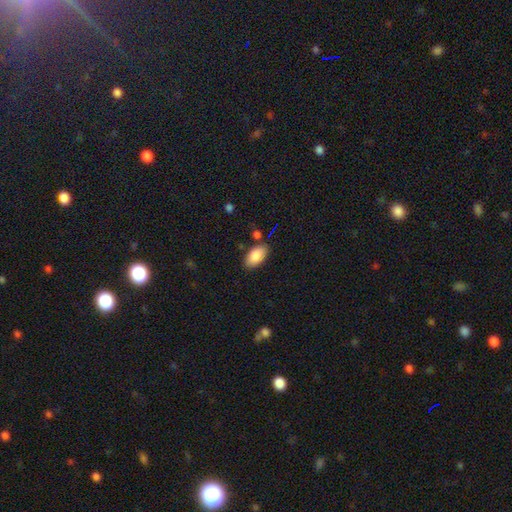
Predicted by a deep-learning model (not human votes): Q: Smooth or featured?
A: smooth (86%); runner-up: star or artifact (7%)
Q: How rounded?
A: in between (94%); runner-up: round (3%)
Q: Merging?
A: none (81%); runner-up: minor disturbance (12%)